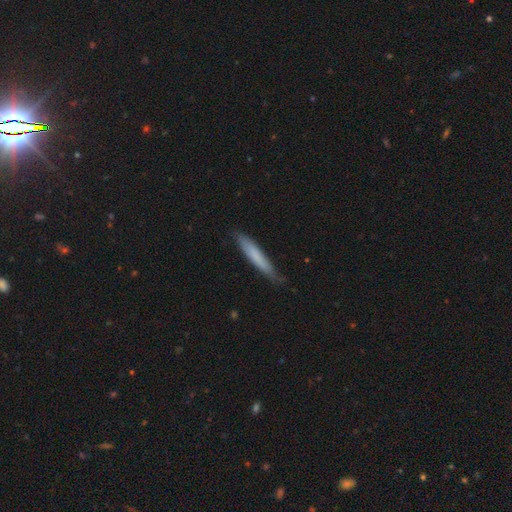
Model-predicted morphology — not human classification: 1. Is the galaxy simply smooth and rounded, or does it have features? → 71% smooth, 23% featured or disk, 6% star or artifact.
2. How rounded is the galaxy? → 93% cigar-shaped, 6% in between, 1% round.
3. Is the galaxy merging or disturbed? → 75% none, 20% minor disturbance, 3% major disturbance, 1% merger.